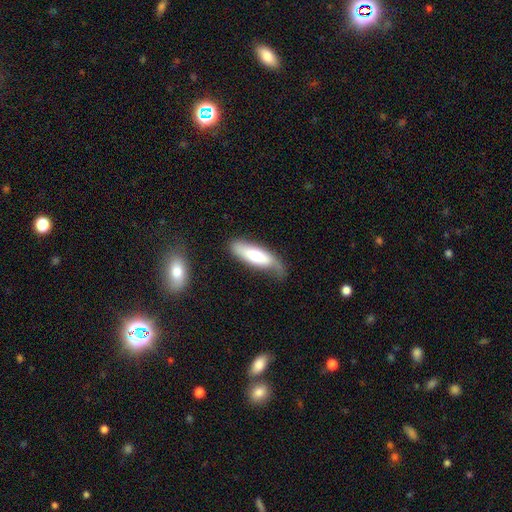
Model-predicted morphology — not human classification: Smooth or featured? Predicted: smooth (p=0.66). How rounded? Predicted: in between (p=0.55). Merging? Predicted: none (p=0.47).